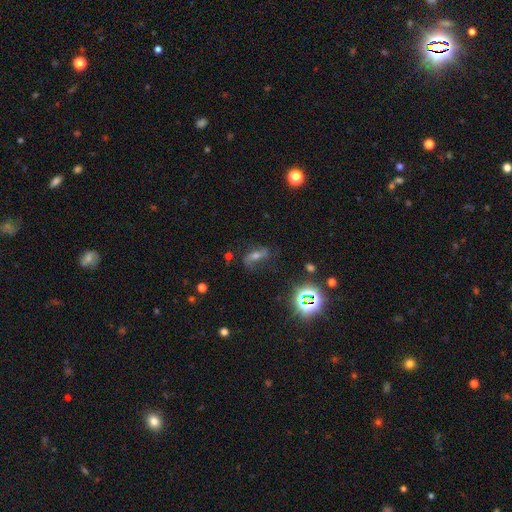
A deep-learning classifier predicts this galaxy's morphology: Q: Smooth or featured?
A: featured or disk (55%); runner-up: star or artifact (26%)
Q: Edge-on disk?
A: no (87%); runner-up: yes (13%)
Q: Merging?
A: none (66%); runner-up: minor disturbance (19%)